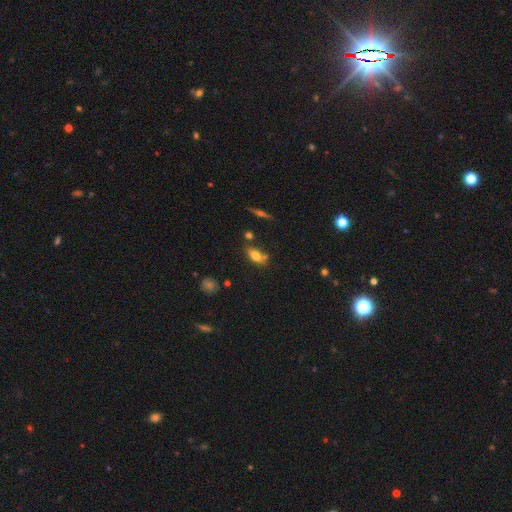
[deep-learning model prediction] Smooth or featured: smooth — 71% (featured or disk — 19%)
How rounded: in between — 83% (cigar-shaped — 11%)
Merging: none — 60% (minor disturbance — 17%)